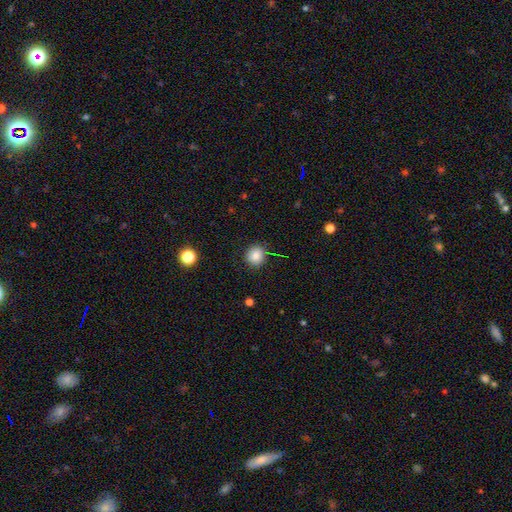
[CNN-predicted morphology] This is clearly a smooth galaxy (84%). How rounded: clearly round (87%). Merging: clearly none (87%).